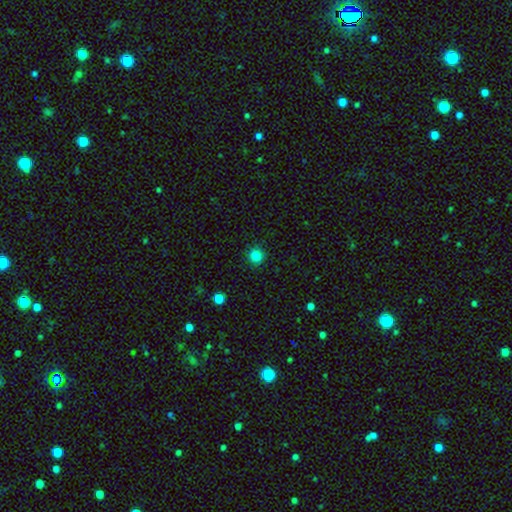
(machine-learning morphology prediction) type=smooth (84%); roundness=round (94%); merging=none (92%).